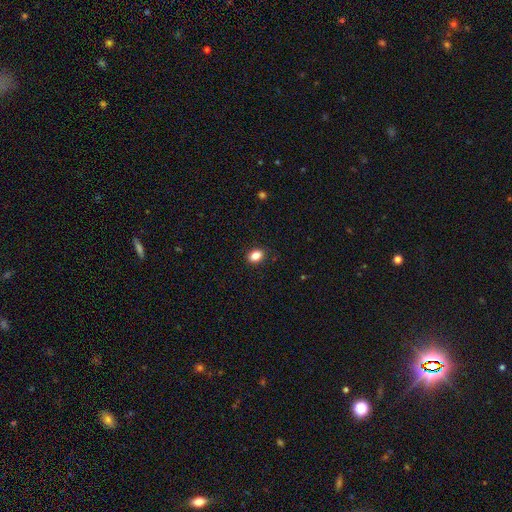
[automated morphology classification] Smooth or featured? Predicted: smooth (p=0.85). How rounded? Predicted: in between (p=0.76). Merging? Predicted: none (p=0.88).